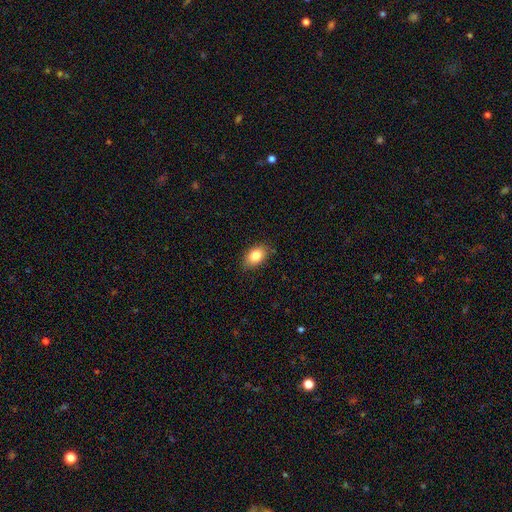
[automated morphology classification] smooth-or-featured: smooth: 83% | featured or disk: 9% | star or artifact: 8%
  how-rounded: in between: 85% | round: 14% | cigar-shaped: 1%
  merging: none: 82% | minor disturbance: 14% | major disturbance: 3% | merger: 1%